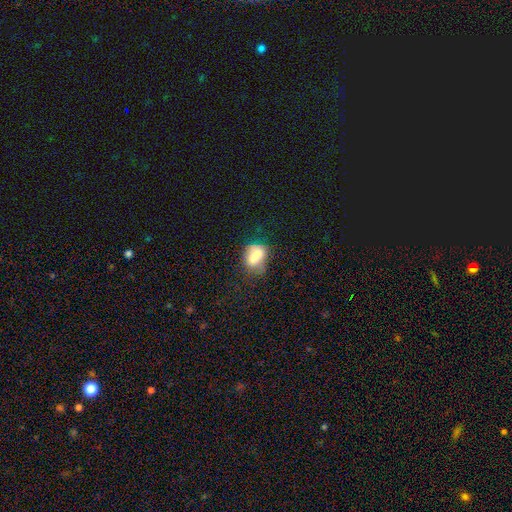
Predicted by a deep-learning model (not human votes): Morphology: type=smooth (63%); roundness=in between (64%); merging=none (34%, tied with merger).